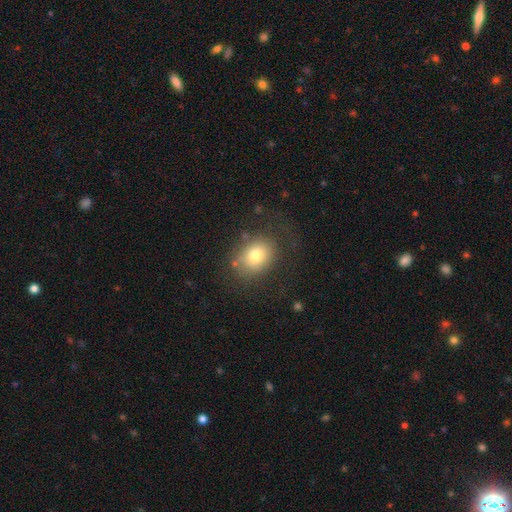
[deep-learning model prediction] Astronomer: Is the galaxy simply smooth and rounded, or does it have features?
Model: smooth — 74%.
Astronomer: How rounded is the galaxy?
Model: in between — 50% (runner-up: round, 49%).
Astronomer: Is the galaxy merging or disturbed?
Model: none — 69%.